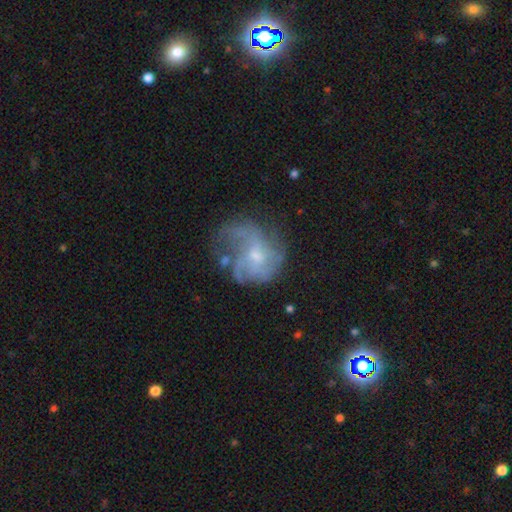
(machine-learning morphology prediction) Smooth or featured? Predicted: featured or disk (p=0.71). Edge-on disk? Predicted: no (p=0.98). Bar? Predicted: no (p=0.69). Spiral arms? Predicted: yes (p=0.77). Spiral winding? Predicted: medium (p=0.38, tied with loose). Spiral arm count? Predicted: can't tell (p=0.37). Bulge size? Predicted: small (p=0.56). Merging? Predicted: none (p=0.45).